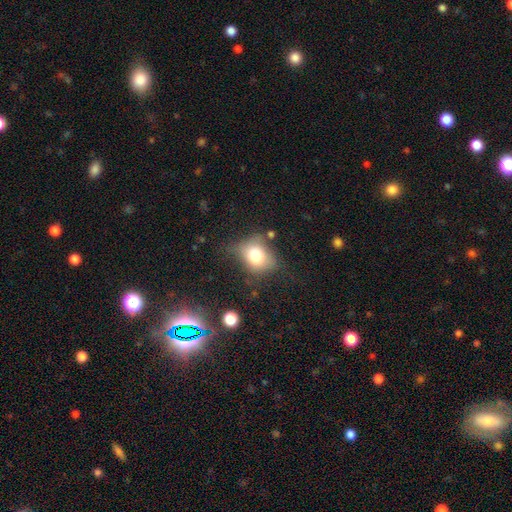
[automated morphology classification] Smooth or featured?
  - smooth: 71% *
  - featured or disk: 18%
  - star or artifact: 12%
How rounded?
  - in between: 52% *
  - round: 47%
  - cigar-shaped: 1%
Merging?
  - none: 52% *
  - minor disturbance: 28%
  - major disturbance: 15%
  - merger: 5%